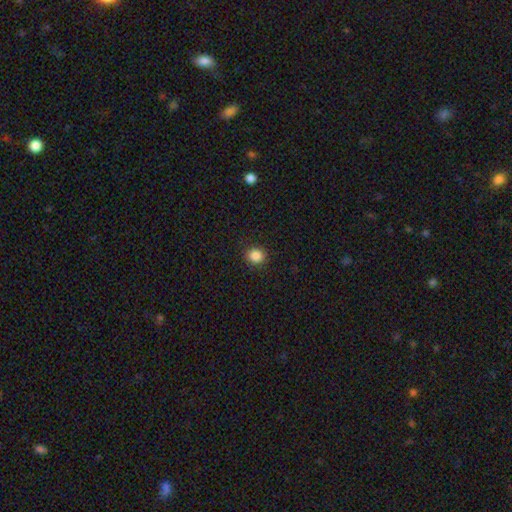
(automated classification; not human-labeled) smooth-or-featured: smooth: 86% | star or artifact: 10% | featured or disk: 4%
  how-rounded: round: 86% | in between: 13% | cigar-shaped: 1%
  merging: none: 91% | minor disturbance: 6% | major disturbance: 2% | merger: 1%